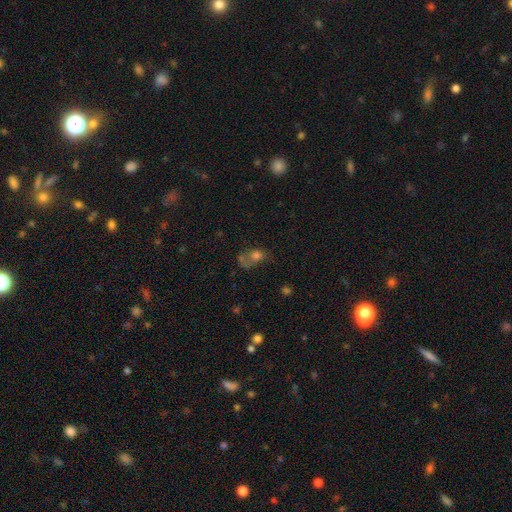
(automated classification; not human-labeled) A smooth galaxy with no disk features (57%) that is round (50%). Merging: none (33%).